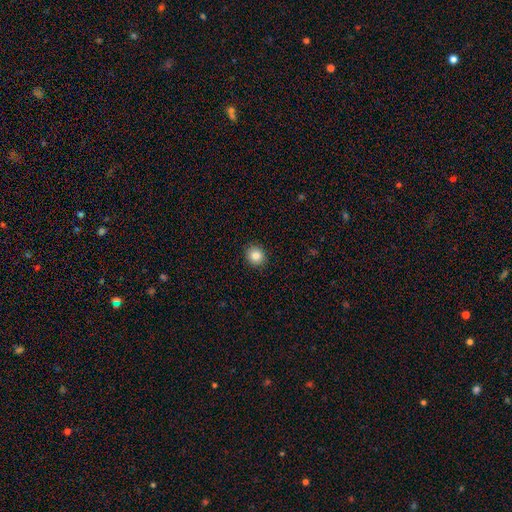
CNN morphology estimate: The model was most divided on "how rounded": round: 83%, in between: 16%, cigar-shaped: 1%. More confident: merging — none (91%); smooth or featured — smooth (83%).